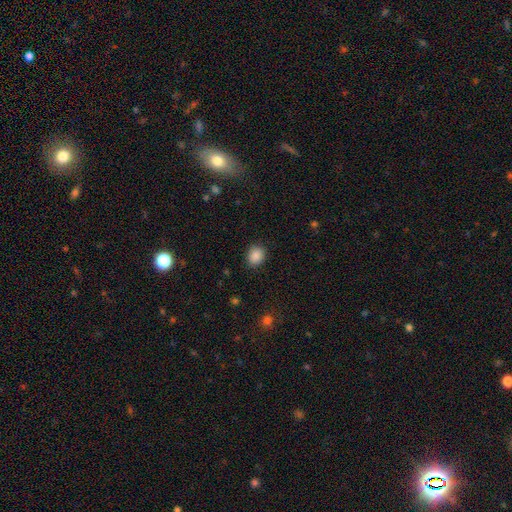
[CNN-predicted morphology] A smooth galaxy with no disk features (88%) that is round (55%). Merging: none (88%).